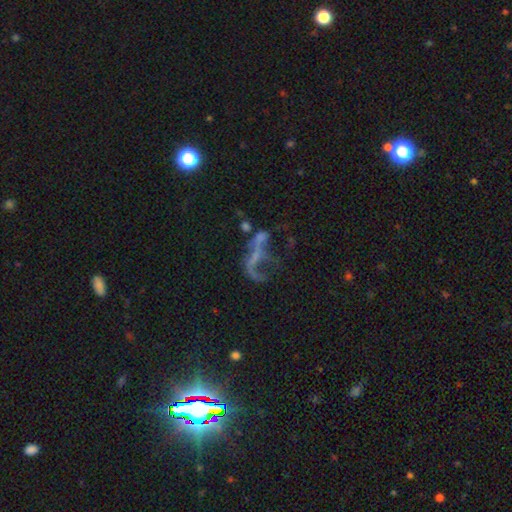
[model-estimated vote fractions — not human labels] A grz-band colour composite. It shows a featured or disk galaxy (57%) with no bar (71%), no spiral arms (68%) and no central bulge (67%). Merging: major disturbance (43%).